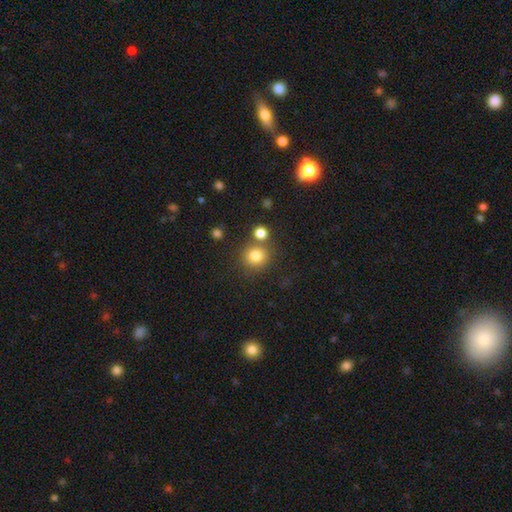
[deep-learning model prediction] Smooth or featured: smooth — 81% (star or artifact — 13%)
How rounded: round — 89% (in between — 10%)
Merging: none — 72% (merger — 15%)